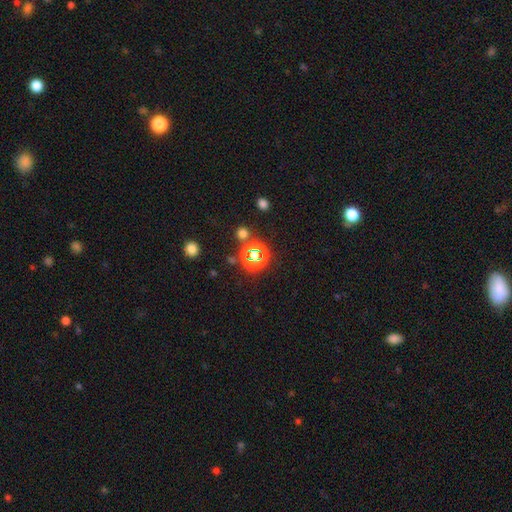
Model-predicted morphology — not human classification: A star or artifact, not a galaxy (63%).

Vote fractions:
- Smooth or featured? star or artifact: 63% / smooth: 28% / featured or disk: 9%